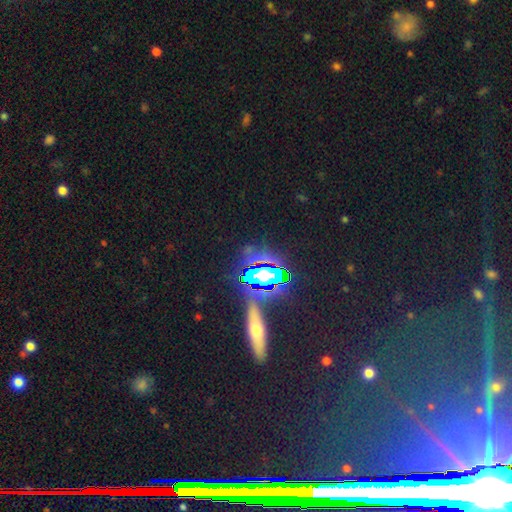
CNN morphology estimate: A star or artifact, not a galaxy (61%).

Vote fractions:
- Smooth or featured? star or artifact: 61% / featured or disk: 20% / smooth: 19%